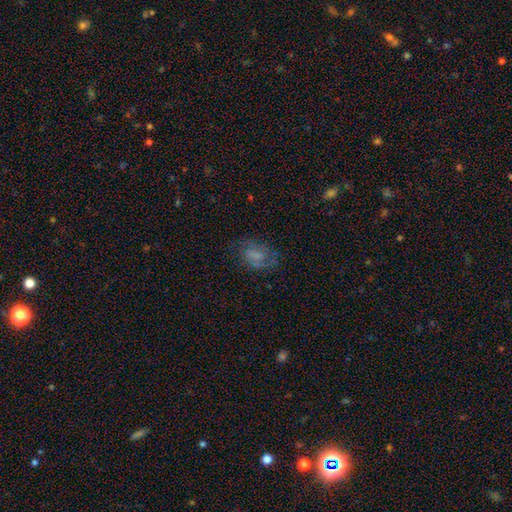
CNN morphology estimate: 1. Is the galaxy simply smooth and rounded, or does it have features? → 48% featured or disk, 39% smooth, 12% star or artifact.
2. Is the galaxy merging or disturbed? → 62% none, 21% minor disturbance, 16% major disturbance, 2% merger.